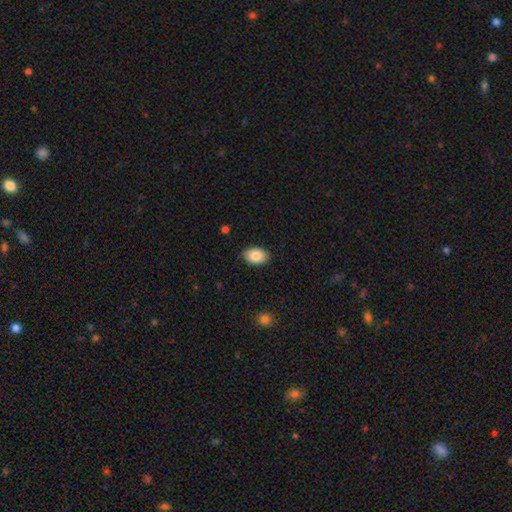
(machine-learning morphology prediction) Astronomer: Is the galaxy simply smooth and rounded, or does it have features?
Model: smooth — 86%.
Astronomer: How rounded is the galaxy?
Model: in between — 87%.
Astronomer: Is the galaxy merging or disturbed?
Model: none — 86%.